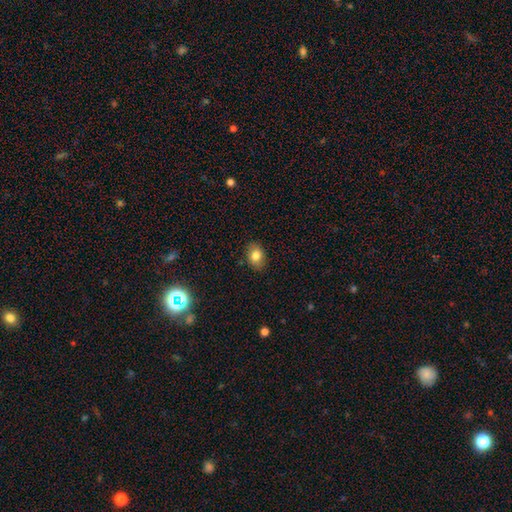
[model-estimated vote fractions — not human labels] Overall: smooth (81%). How rounded: in between (68%; round 31%). Merging: none (86%).